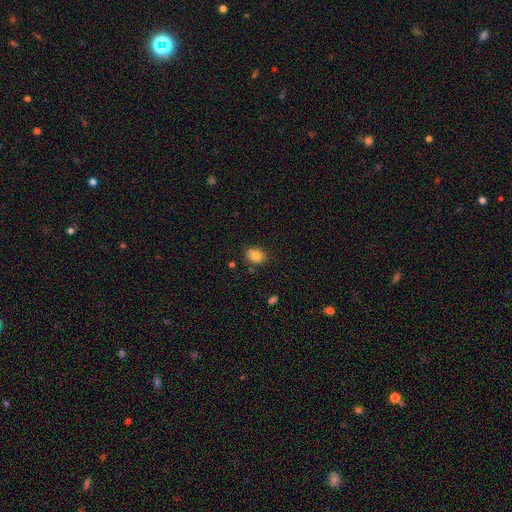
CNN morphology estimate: Q: Smooth or featured?
A: smooth (82%); runner-up: star or artifact (10%)
Q: How rounded?
A: round (51%); runner-up: in between (48%)
Q: Merging?
A: none (75%); runner-up: minor disturbance (17%)